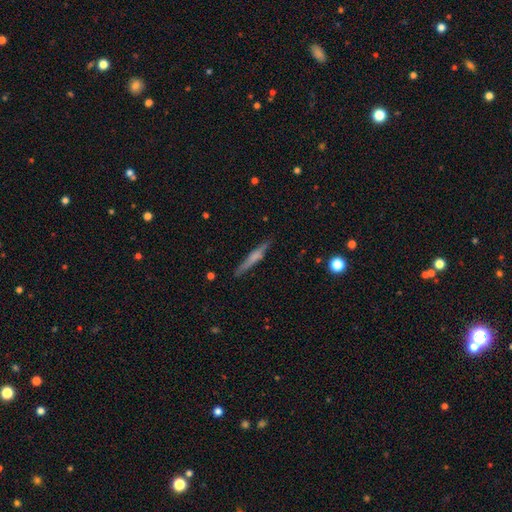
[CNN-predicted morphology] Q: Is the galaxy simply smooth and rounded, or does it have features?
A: featured or disk — 54%.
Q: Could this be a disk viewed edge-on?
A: yes — 97%.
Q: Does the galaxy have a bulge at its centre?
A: rounded — 46%.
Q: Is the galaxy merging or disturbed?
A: none — 88%.